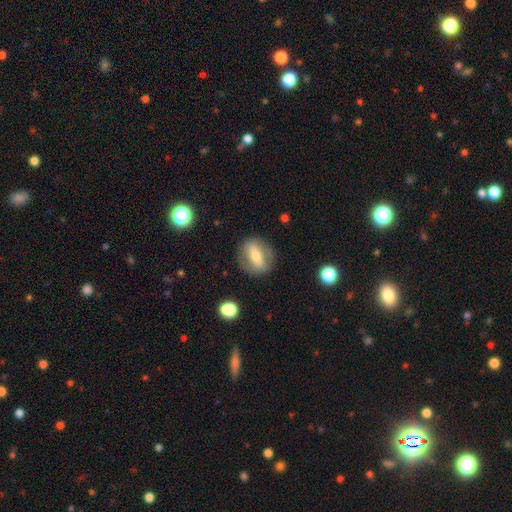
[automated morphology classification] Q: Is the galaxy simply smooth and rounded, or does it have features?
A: smooth — 47%.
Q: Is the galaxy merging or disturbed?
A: none — 82%.